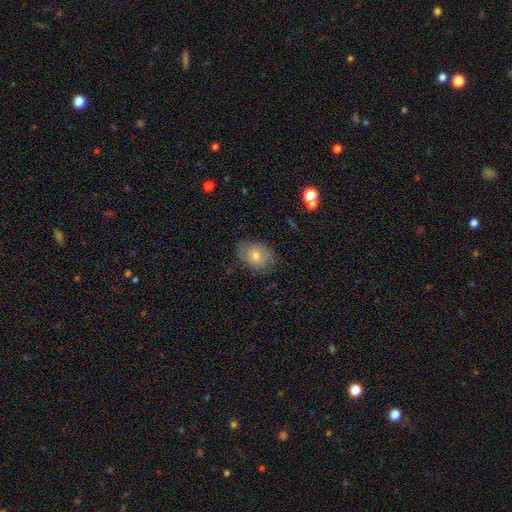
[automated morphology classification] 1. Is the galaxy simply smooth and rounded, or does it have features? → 68% smooth, 24% featured or disk, 8% star or artifact.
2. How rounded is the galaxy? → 73% in between, 25% round, 1% cigar-shaped.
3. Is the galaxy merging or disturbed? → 73% none, 20% minor disturbance, 6% major disturbance, 1% merger.